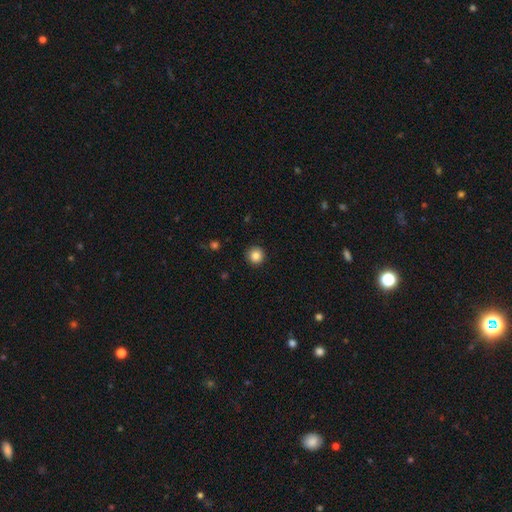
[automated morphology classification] A smooth galaxy with no disk features (86%) that is round (96%). Merging: none (92%).